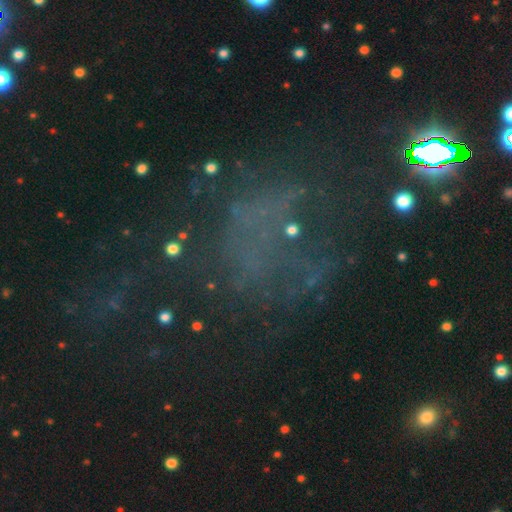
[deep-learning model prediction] Smooth or featured? star or artifact (43%)